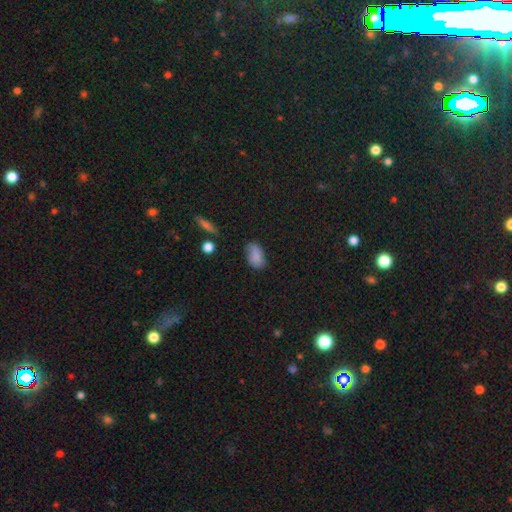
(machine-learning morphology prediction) Smooth or featured: smooth — 82% (star or artifact — 10%)
How rounded: in between — 90% (round — 8%)
Merging: none — 63% (minor disturbance — 27%)